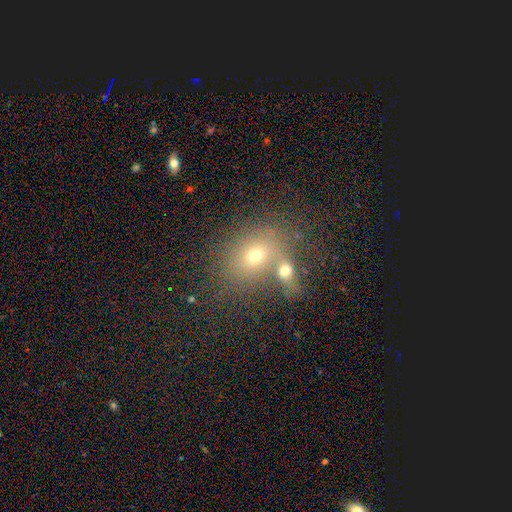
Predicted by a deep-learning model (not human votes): Morphology: type=smooth (62%); roundness=in between (50%); merging=merger (48%).